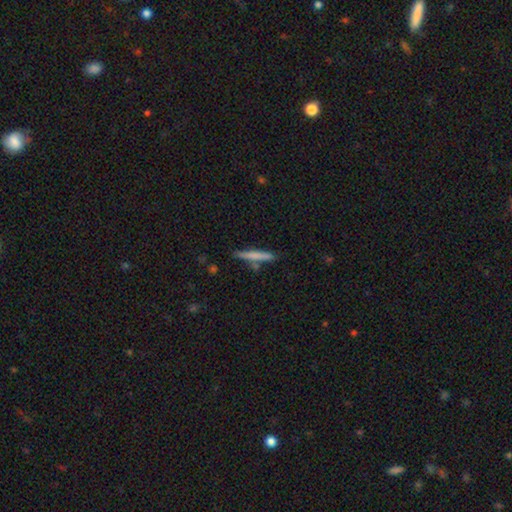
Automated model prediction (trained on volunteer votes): Smooth or featured?
  - smooth: 68% *
  - featured or disk: 26%
  - star or artifact: 6%
How rounded?
  - cigar-shaped: 95% *
  - in between: 4%
  - round: 1%
Merging?
  - none: 79% *
  - minor disturbance: 11%
  - merger: 7%
  - major disturbance: 2%